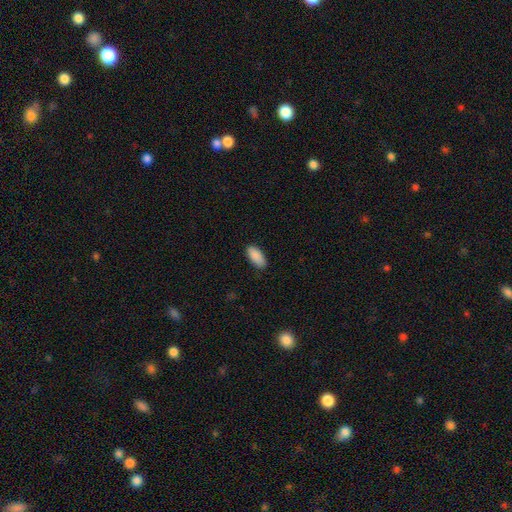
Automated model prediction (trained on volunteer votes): Smooth or featured: smooth — 90% (star or artifact — 6%)
How rounded: in between — 89% (cigar-shaped — 9%)
Merging: none — 85% (minor disturbance — 12%)